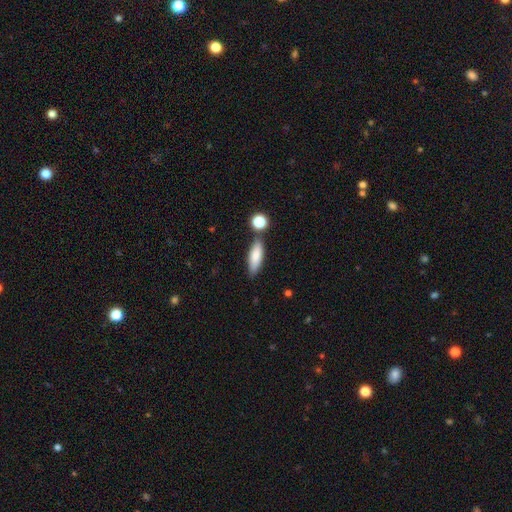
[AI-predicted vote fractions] Morphology: type=smooth (81%); roundness=in between (58%); merging=none (72%).